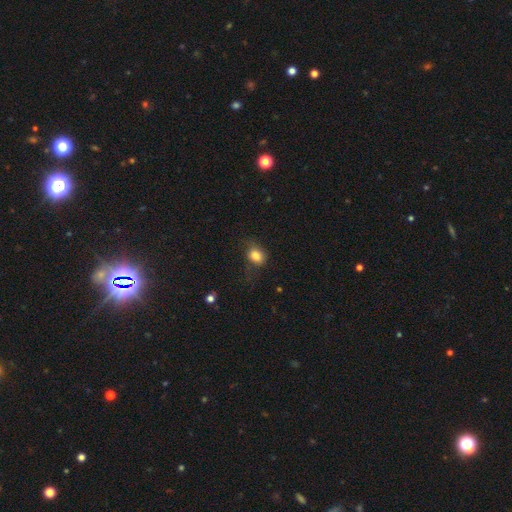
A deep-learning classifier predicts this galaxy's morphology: Overall: smooth (83%). How rounded: in between (52%; round 47%). Merging: none (60%; minor disturbance 26%).